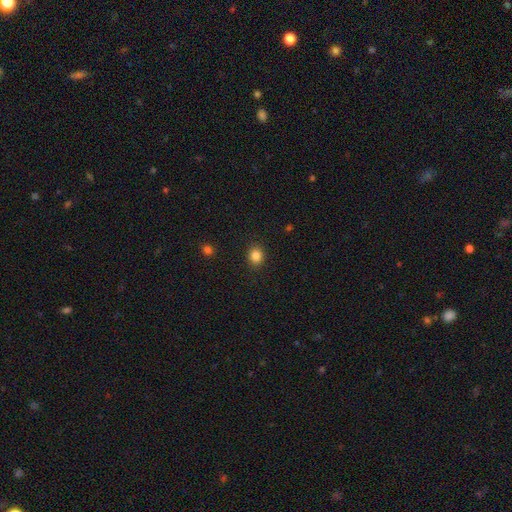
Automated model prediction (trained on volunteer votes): This is clearly a smooth galaxy (85%). How rounded: likely round (66%). Merging: clearly none (89%).